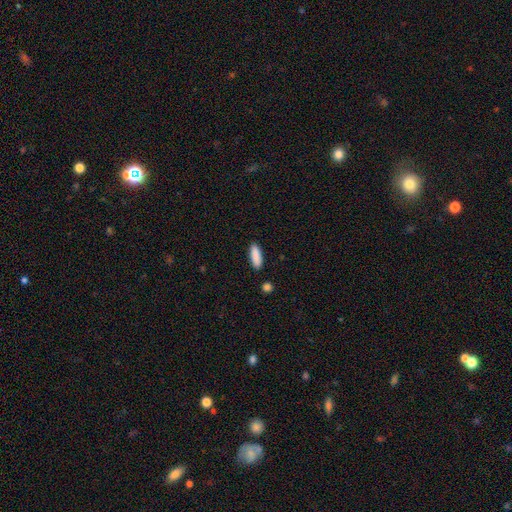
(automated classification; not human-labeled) Smooth or featured? Predicted: smooth (p=0.90). How rounded? Predicted: in between (p=0.59). Merging? Predicted: none (p=0.87).